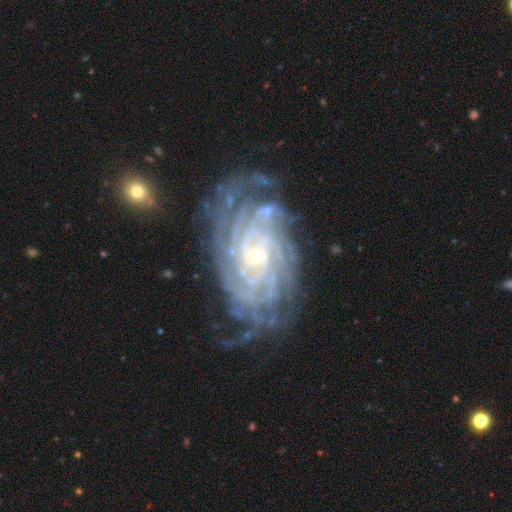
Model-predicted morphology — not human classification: type=featured or disk (90%); edge-on=no (97%); bar=no (50%); spiral arms=yes (98%); winding=tight (81%); arm count=more than 4 (28%); bulge=small (68%); merging=none (71%).